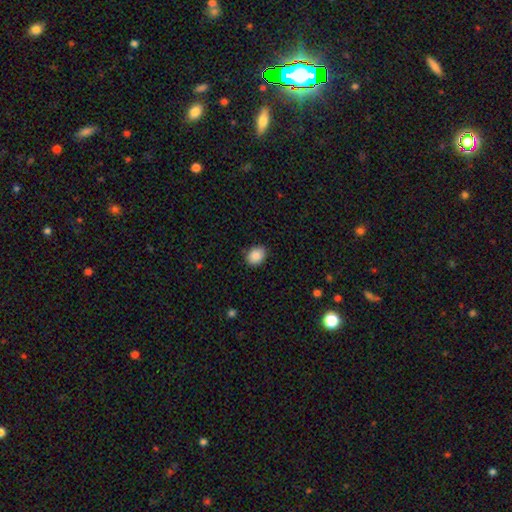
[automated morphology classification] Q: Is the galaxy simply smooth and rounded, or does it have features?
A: smooth — 89%.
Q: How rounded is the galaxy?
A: in between — 58%.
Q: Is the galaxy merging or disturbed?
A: none — 83%.